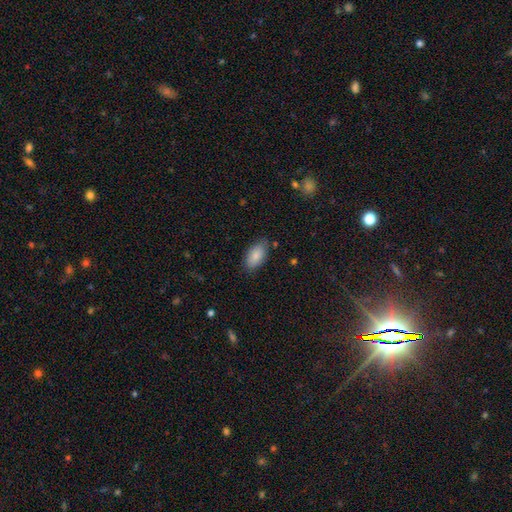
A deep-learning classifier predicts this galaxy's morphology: The model was most divided on "merging": none: 81%, minor disturbance: 14%, major disturbance: 3%, merger: 2%. More confident: how rounded — in between (94%); smooth or featured — smooth (86%).